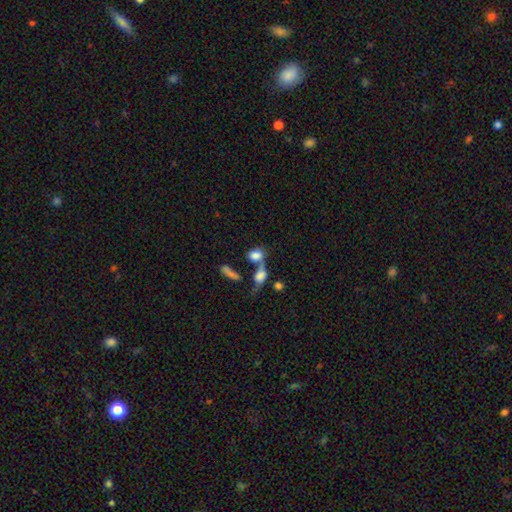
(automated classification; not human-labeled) Smooth or featured: smooth — 77% (featured or disk — 13%)
How rounded: in between — 71% (round — 25%)
Merging: merger — 47% (none — 32%)